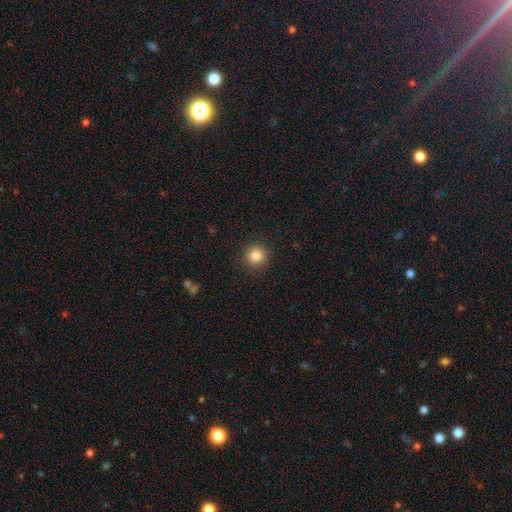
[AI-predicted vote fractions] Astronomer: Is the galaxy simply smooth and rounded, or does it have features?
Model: smooth — 85%.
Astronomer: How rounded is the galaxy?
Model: round — 94%.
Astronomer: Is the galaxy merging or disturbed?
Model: none — 91%.